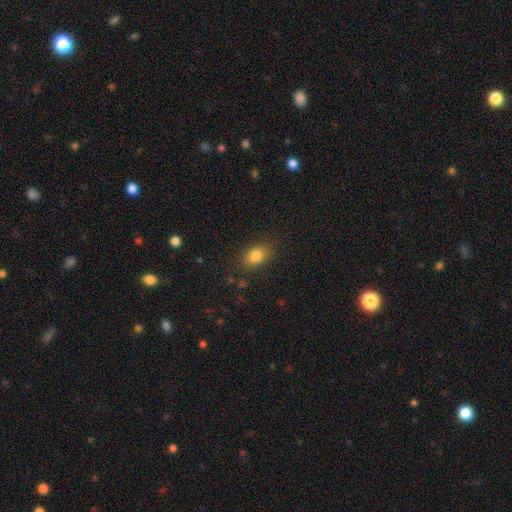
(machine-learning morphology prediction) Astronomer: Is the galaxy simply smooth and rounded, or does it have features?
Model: smooth — 82%.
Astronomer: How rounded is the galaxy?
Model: in between — 66%.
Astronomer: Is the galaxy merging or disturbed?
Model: none — 82%.